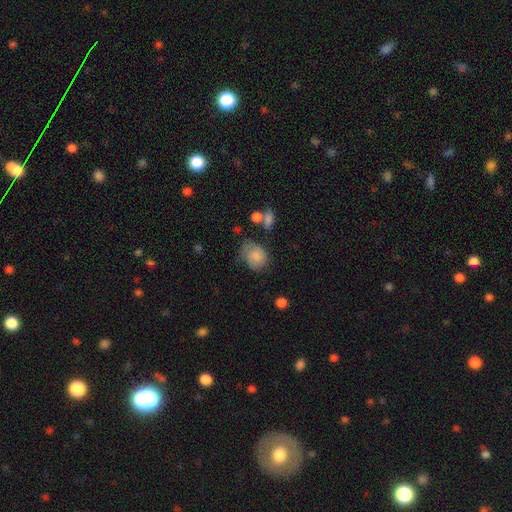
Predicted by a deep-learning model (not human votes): This appears to be a smooth galaxy with no disk features (77%) that is in between round and cigar-shaped (51%). Merging: none (48%).